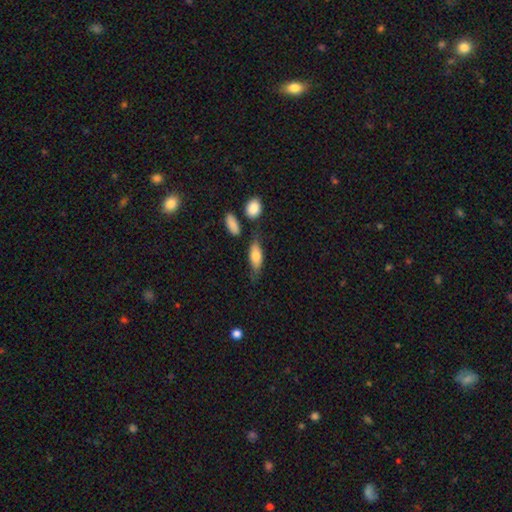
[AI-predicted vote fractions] The model was most divided on "merging": none: 65%, minor disturbance: 20%, merger: 8%, major disturbance: 6%. More confident: smooth or featured — smooth (72%); how rounded — in between (71%).